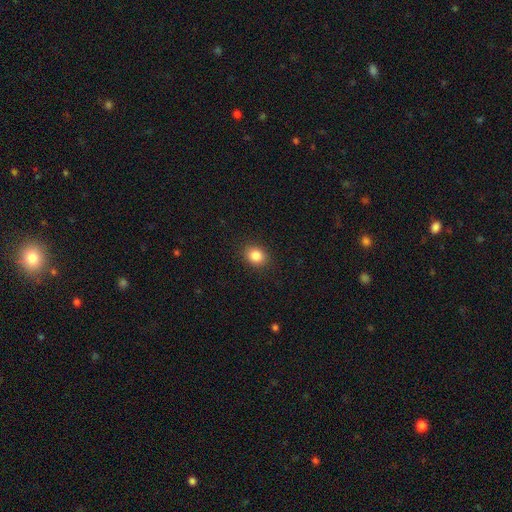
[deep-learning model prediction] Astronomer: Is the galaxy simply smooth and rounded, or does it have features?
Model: smooth — 85%.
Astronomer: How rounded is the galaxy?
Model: round — 54% (runner-up: in between, 45%).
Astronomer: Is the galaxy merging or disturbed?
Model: none — 89%.